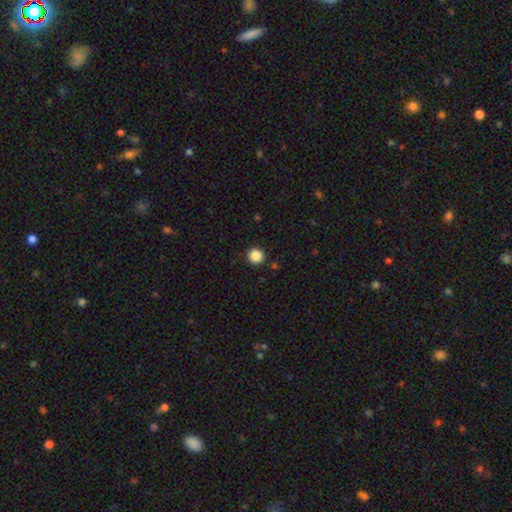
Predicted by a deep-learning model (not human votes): This is clearly a smooth galaxy (86%). How rounded: clearly round (95%). Merging: clearly none (92%).